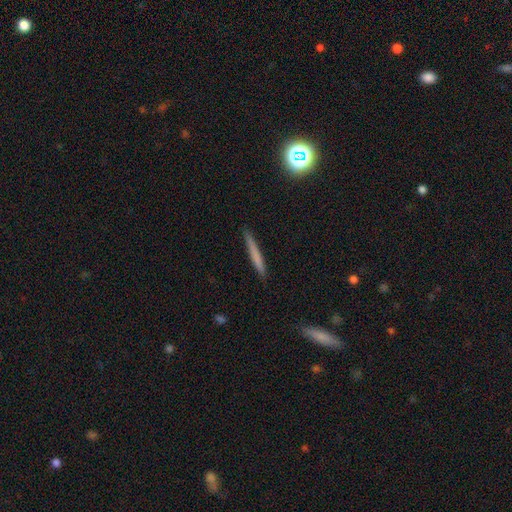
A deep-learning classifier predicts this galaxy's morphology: A smooth galaxy with no disk features (66%) that is cigar-shaped (96%).

Vote fractions:
- Smooth or featured? smooth: 66% / featured or disk: 26% / star or artifact: 7%
- How rounded? cigar-shaped: 96% / in between: 2% / round: 1%
- Merging? none: 89% / minor disturbance: 8% / major disturbance: 2% / merger: 1%